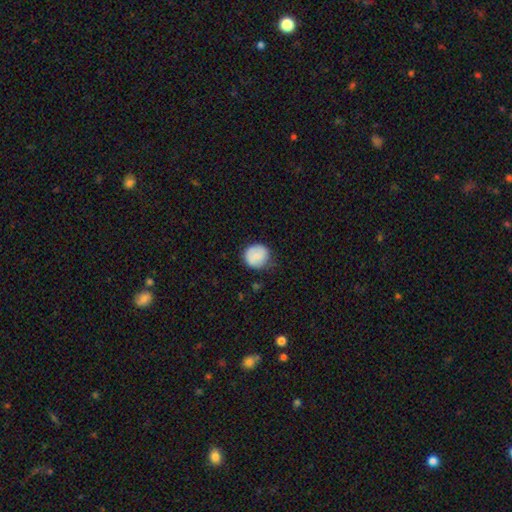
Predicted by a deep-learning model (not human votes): Smooth or featured? smooth (80%)
How rounded? round (88%)
Merging? none (73%)